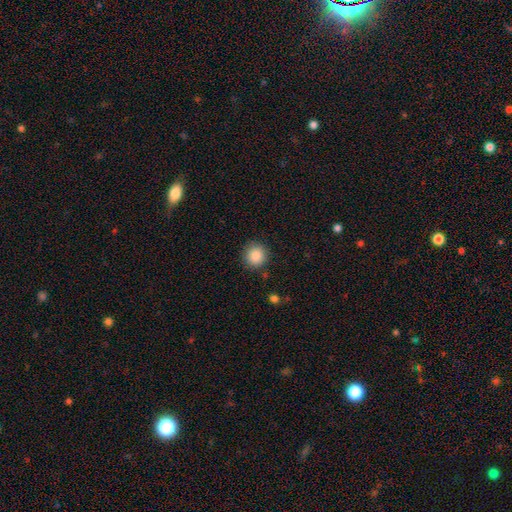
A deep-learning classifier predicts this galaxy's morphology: smooth_or_featured: smooth (p=0.87) [alt: star or artifact p=0.09]
how_rounded: round (p=0.90) [alt: in between p=0.09]
merging: none (p=0.88) [alt: minor disturbance p=0.08]